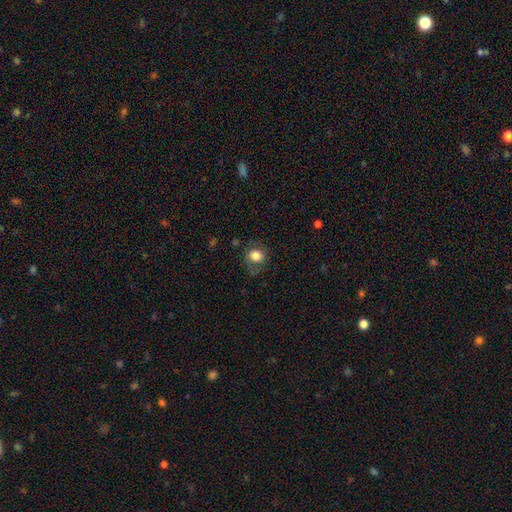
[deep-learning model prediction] A smooth galaxy with no disk features (76%) that is round (68%). Merging: none (64%).